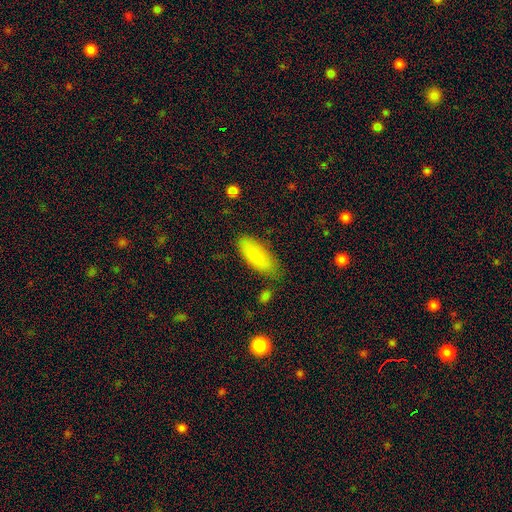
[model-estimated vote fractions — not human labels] The model was most divided on "merging": none: 77%, minor disturbance: 17%, major disturbance: 4%, merger: 3%. More confident: smooth or featured — smooth (85%); how rounded — in between (80%).